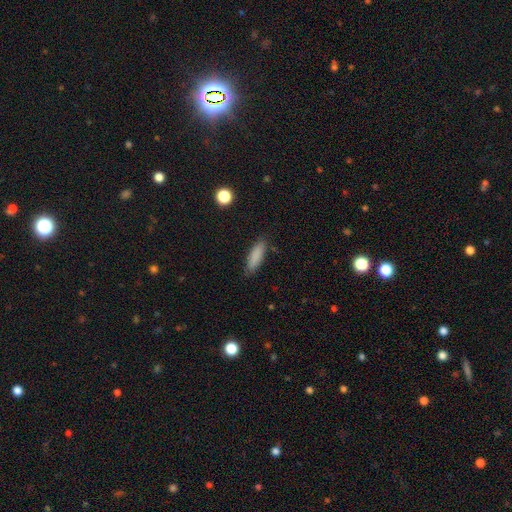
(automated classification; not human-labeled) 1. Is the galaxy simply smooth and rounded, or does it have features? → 86% smooth, 7% star or artifact, 7% featured or disk.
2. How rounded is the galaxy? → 53% cigar-shaped, 45% in between, 2% round.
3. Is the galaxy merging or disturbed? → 84% none, 12% minor disturbance, 3% major disturbance, 1% merger.